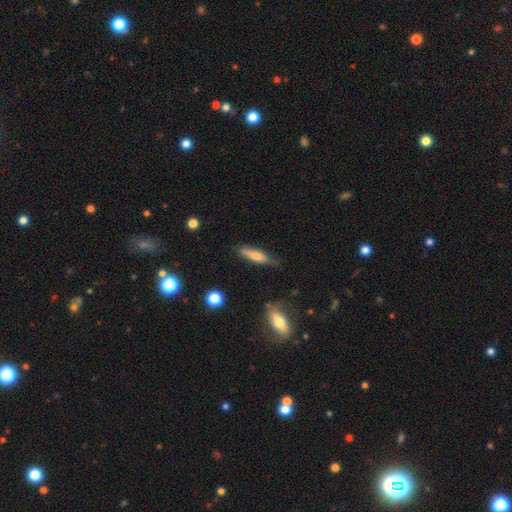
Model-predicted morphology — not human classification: Smooth or featured? smooth (67%)
How rounded? cigar-shaped (73%)
Merging? none (73%)